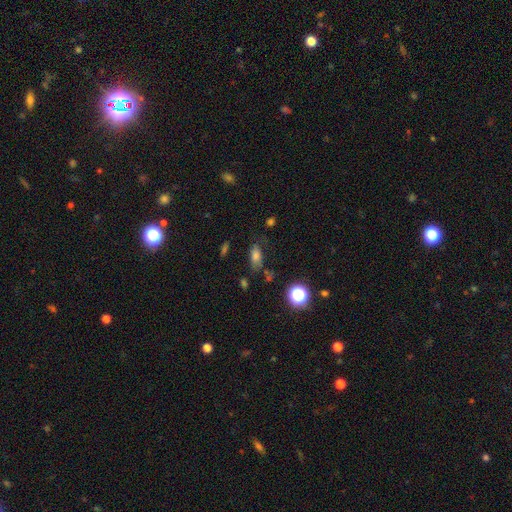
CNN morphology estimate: type=smooth (73%); roundness=in between (81%); merging=none (65%).